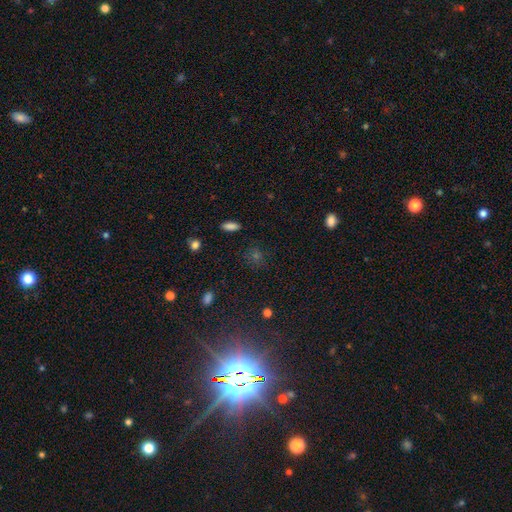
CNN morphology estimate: Overall: smooth (44%, tied with star or artifact). Merging: none (80%).